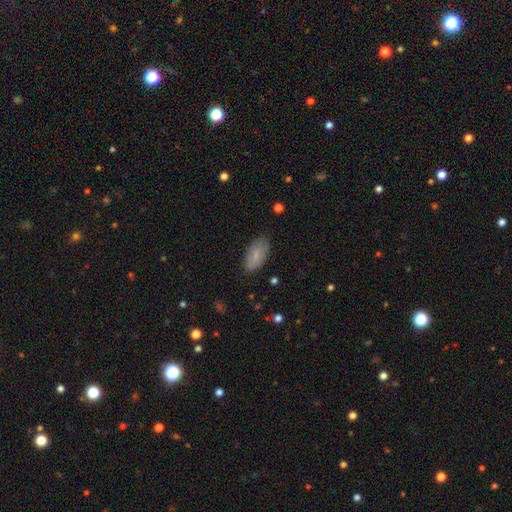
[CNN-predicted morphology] This appears to be a smooth galaxy with no disk features (73%) that is in between round and cigar-shaped (91%). Merging: none (81%).